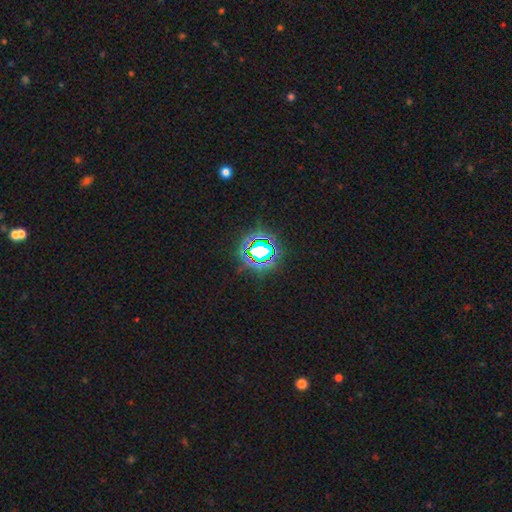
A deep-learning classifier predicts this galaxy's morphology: smooth-or-featured: star or artifact: 72% | smooth: 18% | featured or disk: 10%